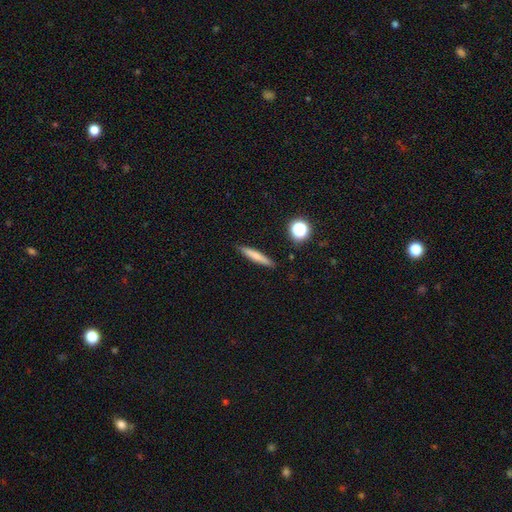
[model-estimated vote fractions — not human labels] Overall: smooth (72%). How rounded: cigar-shaped (92%). Merging: none (89%).